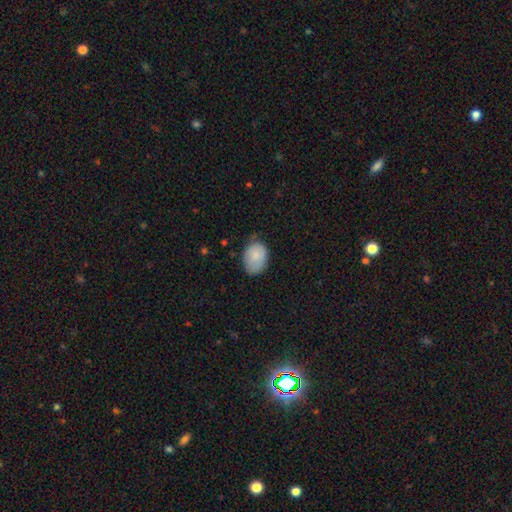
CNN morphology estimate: smooth_or_featured: smooth (p=0.84) [alt: featured or disk p=0.10]
how_rounded: in between (p=0.78) [alt: round p=0.21]
merging: none (p=0.60) [alt: minor disturbance p=0.32]